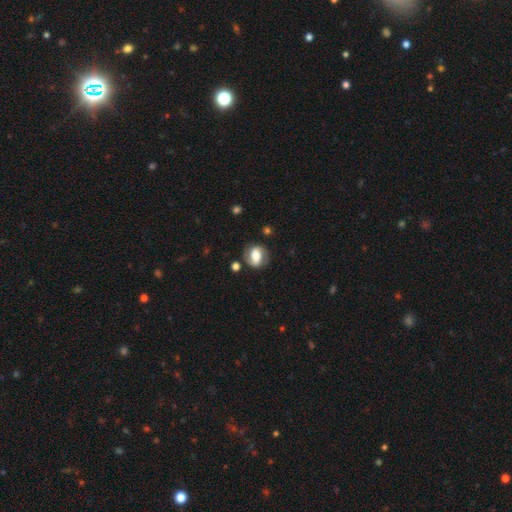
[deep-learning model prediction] Smooth or featured? Predicted: featured or disk (p=0.52). Edge-on disk? Predicted: no (p=0.95). Merging? Predicted: none (p=0.71).